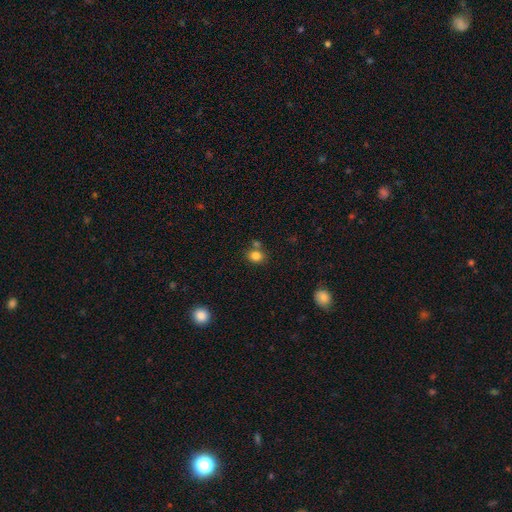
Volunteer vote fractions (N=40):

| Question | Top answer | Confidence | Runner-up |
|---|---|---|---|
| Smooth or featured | smooth | 92% | star or artifact (5%) |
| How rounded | round | 65% | in between (35%) |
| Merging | none | 68% | merger (18%) |